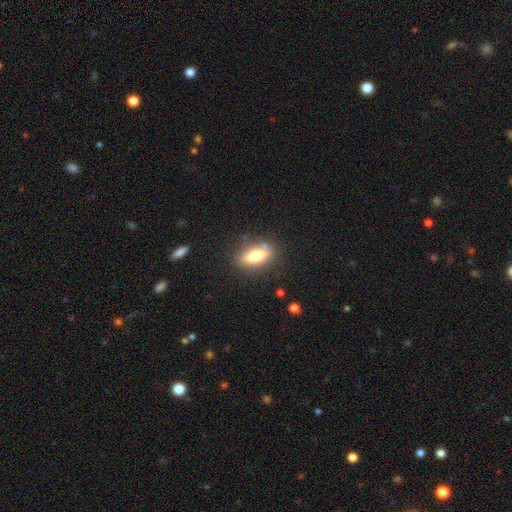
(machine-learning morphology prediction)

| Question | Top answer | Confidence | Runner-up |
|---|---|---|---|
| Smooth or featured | smooth | 67% | featured or disk (24%) |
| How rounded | in between | 74% | cigar-shaped (20%) |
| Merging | none | 80% | minor disturbance (13%) |